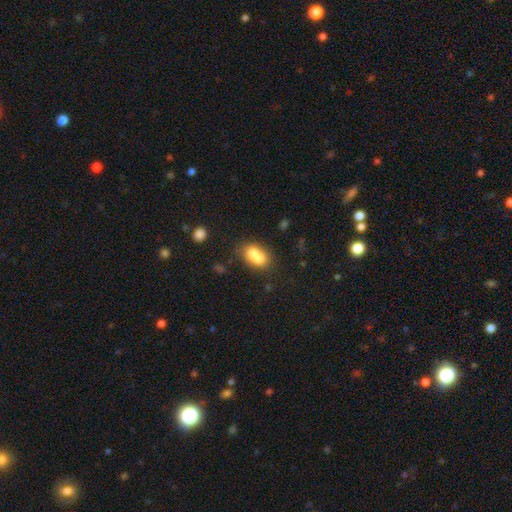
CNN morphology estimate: Smooth or featured? Predicted: smooth (p=0.71). How rounded? Predicted: in between (p=0.69). Merging? Predicted: merger (p=0.53).